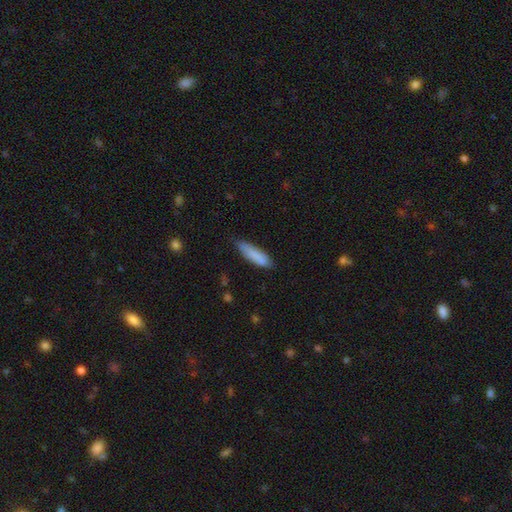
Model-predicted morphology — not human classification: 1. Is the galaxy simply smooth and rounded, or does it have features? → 85% smooth, 9% featured or disk, 6% star or artifact.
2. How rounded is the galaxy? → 65% cigar-shaped, 33% in between, 1% round.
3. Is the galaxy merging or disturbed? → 75% none, 20% minor disturbance, 3% major disturbance, 1% merger.